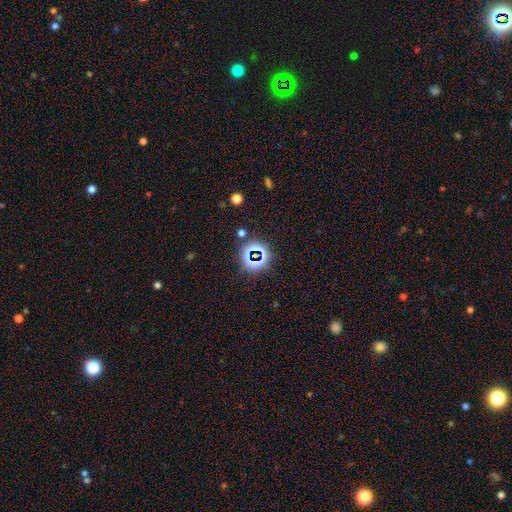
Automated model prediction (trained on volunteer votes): The model was most divided on "smooth or featured": star or artifact: 67%, smooth: 23%, featured or disk: 9%.